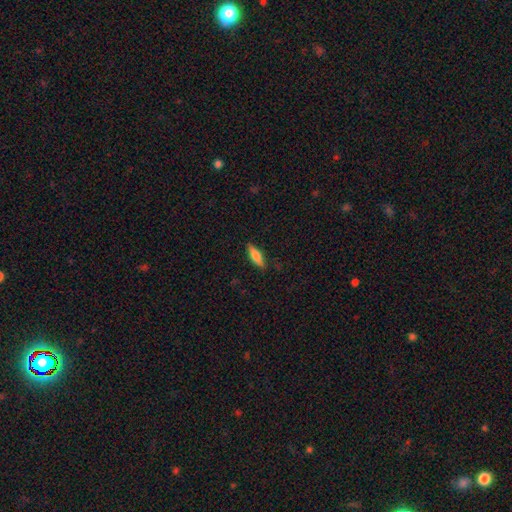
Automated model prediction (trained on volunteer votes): Overall: smooth (69%). How rounded: cigar-shaped (53%; in between 45%). Merging: none (87%).